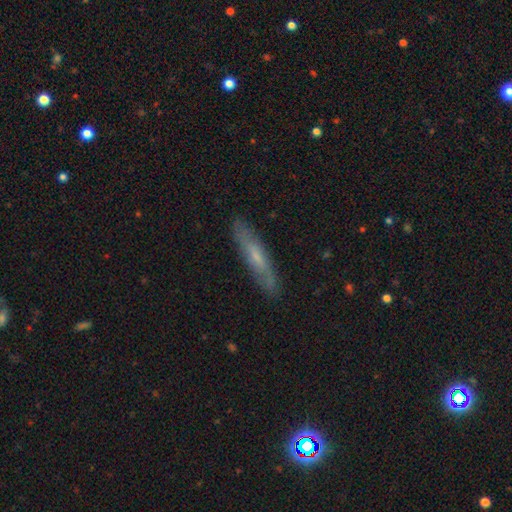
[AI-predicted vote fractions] smooth-or-featured: smooth: 49% | featured or disk: 44% | star or artifact: 6%
  merging: none: 84% | minor disturbance: 12% | major disturbance: 2% | merger: 1%